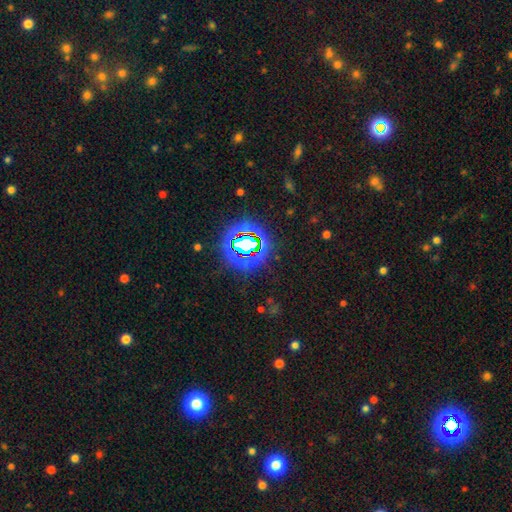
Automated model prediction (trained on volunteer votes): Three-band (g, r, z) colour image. It shows a star or artifact, not a galaxy (79%).